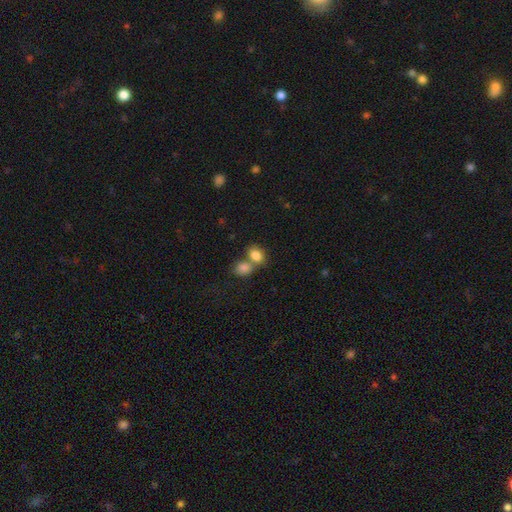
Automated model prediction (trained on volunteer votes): This appears to be a smooth galaxy with no disk features (83%) that is in between round and cigar-shaped (62%). Merging: merger (52%).